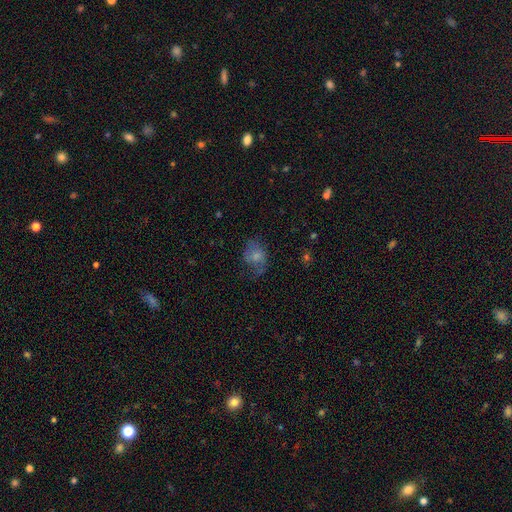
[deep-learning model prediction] Smooth or featured? smooth (63%)
How rounded? in between (63%)
Merging? none (44%)